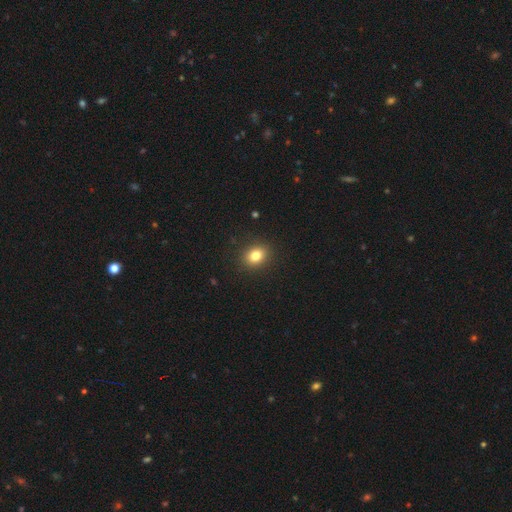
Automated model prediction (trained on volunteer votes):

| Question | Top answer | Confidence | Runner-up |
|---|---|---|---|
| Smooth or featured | smooth | 82% | star or artifact (11%) |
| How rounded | round | 50% | in between (49%) |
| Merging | none | 89% | minor disturbance (7%) |